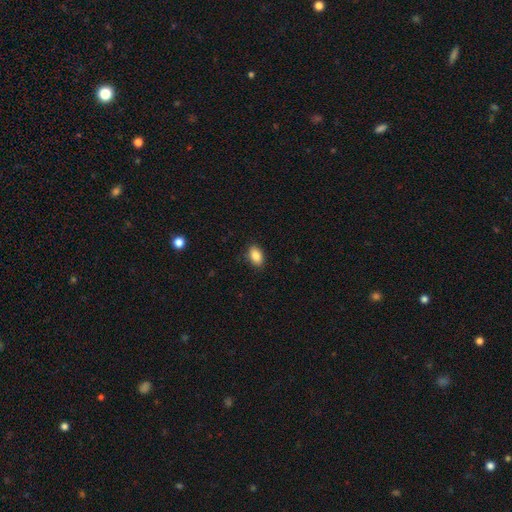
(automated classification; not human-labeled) Q: Smooth or featured?
A: smooth (87%); runner-up: star or artifact (8%)
Q: How rounded?
A: in between (88%); runner-up: round (10%)
Q: Merging?
A: none (88%); runner-up: minor disturbance (9%)